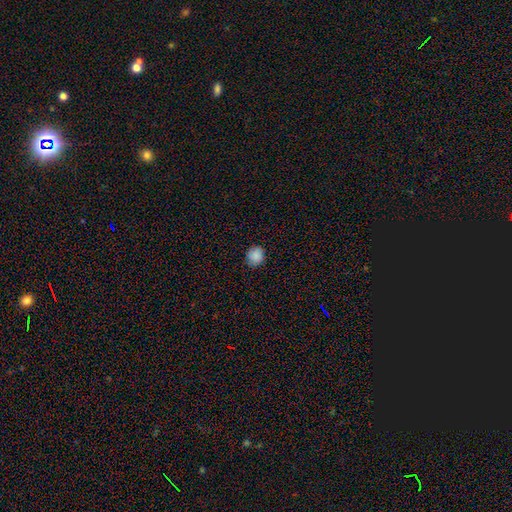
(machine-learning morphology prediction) This appears to be a smooth galaxy with no disk features (87%) that is round (81%). Merging: none (85%).